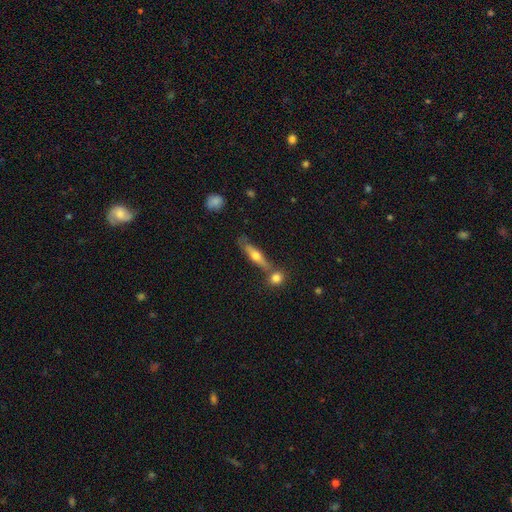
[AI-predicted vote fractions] This appears to be a smooth galaxy with no disk features (49%). Merging: none (59%).